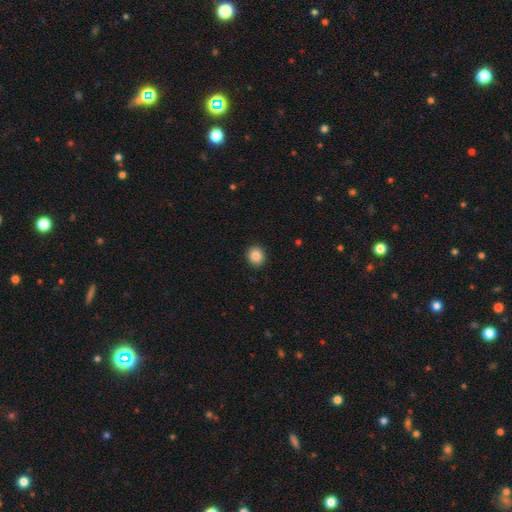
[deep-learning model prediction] A smooth galaxy with no disk features (86%) that is round (79%). Merging: none (92%).